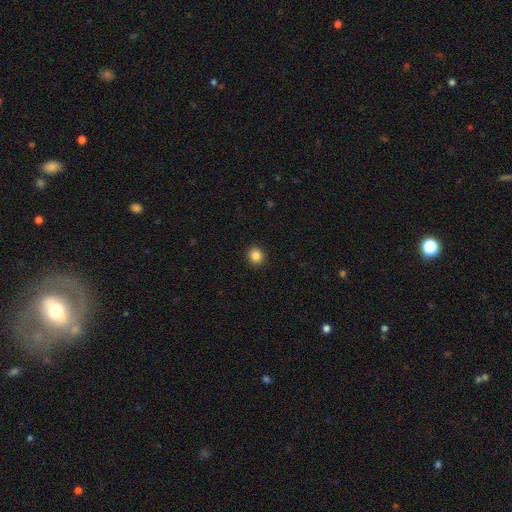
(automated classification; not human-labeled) Morphology: type=smooth (86%); roundness=round (85%); merging=none (92%).